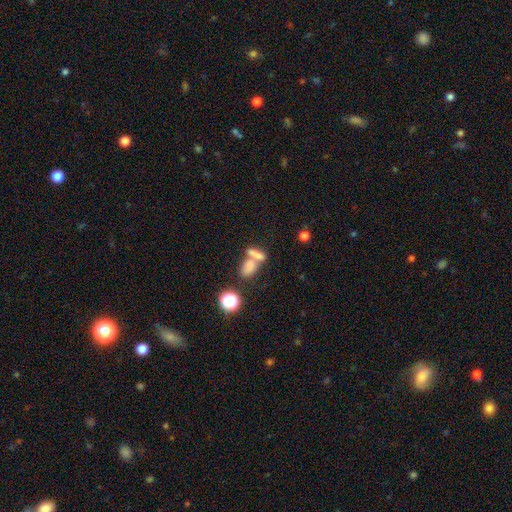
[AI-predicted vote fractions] smooth_or_featured: smooth (p=0.72) [alt: featured or disk p=0.15]
how_rounded: in between (p=0.70) [alt: round p=0.17]
merging: merger (p=0.57) [alt: none p=0.30]